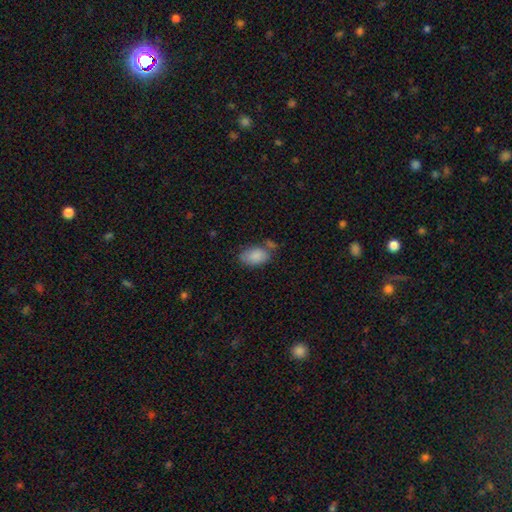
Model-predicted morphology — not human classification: A smooth galaxy with no disk features (86%) that is in between round and cigar-shaped (93%).

Vote fractions:
- Smooth or featured? smooth: 86% / star or artifact: 7% / featured or disk: 7%
- How rounded? in between: 93% / round: 6% / cigar-shaped: 2%
- Merging? none: 55% / minor disturbance: 24% / merger: 13% / major disturbance: 8%